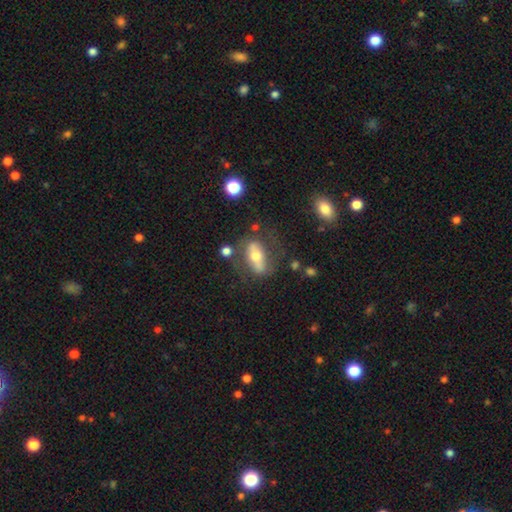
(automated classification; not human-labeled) A featured or disk galaxy (48%). Merging: none (62%).